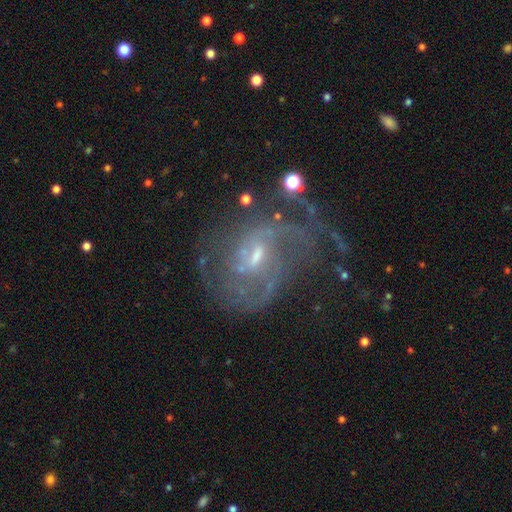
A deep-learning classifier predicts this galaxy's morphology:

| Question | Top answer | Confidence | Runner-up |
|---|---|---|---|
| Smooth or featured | featured or disk | 82% | star or artifact (9%) |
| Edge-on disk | no | 97% | yes (3%) |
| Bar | weak | 59% | no (26%) |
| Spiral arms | yes | 87% | no (13%) |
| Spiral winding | medium | 46% | loose (28%) |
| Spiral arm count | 2 | 48% | can't tell (27%) |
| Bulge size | small | 52% | moderate (35%) |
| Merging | none | 49% | major disturbance (25%) |